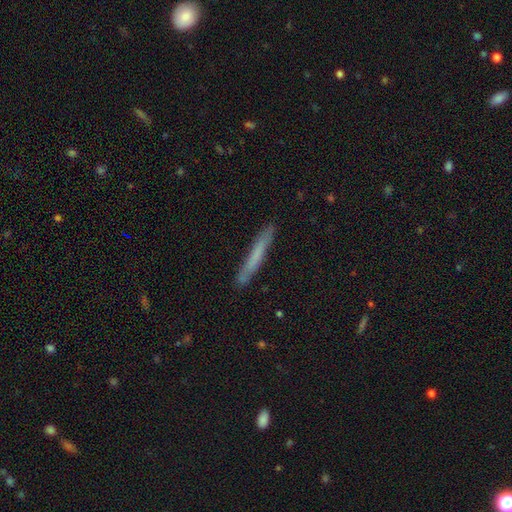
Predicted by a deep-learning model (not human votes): Morphology: type=smooth (61%); roundness=cigar-shaped (96%); merging=none (87%).